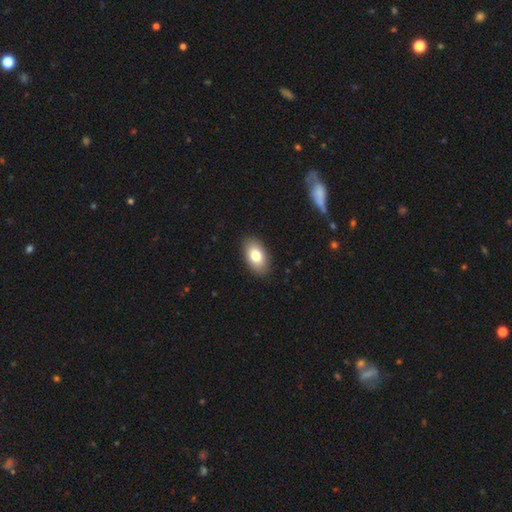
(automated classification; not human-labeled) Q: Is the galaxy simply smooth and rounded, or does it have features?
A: smooth — 79%.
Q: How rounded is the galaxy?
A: in between — 92%.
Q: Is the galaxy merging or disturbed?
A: none — 89%.